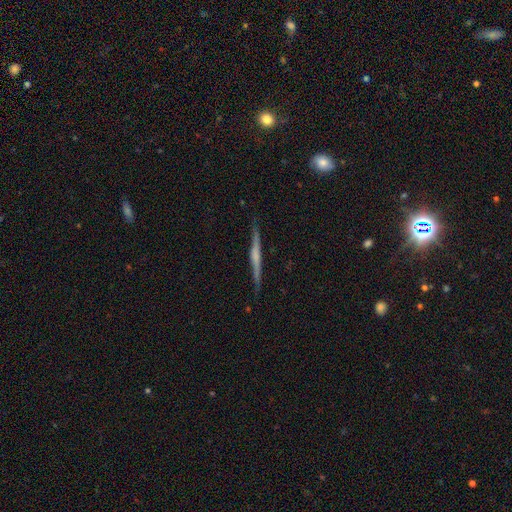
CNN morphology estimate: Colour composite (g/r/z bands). It shows a featured or disk galaxy (71%) viewed edge-on (98%) with a rounded central bulge (41%). Merging: none (88%).